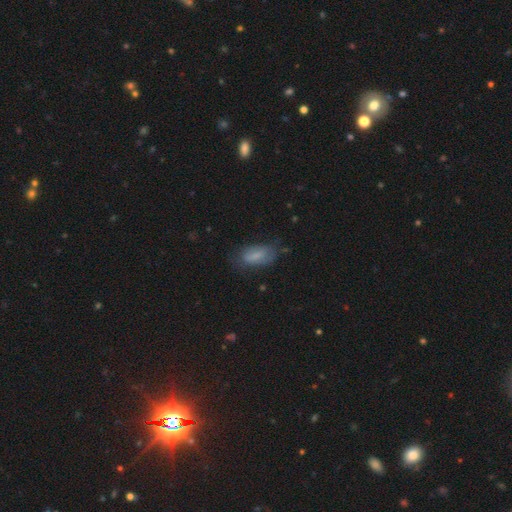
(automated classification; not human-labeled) Smooth or featured? smooth (72%)
How rounded? in between (86%)
Merging? none (62%)